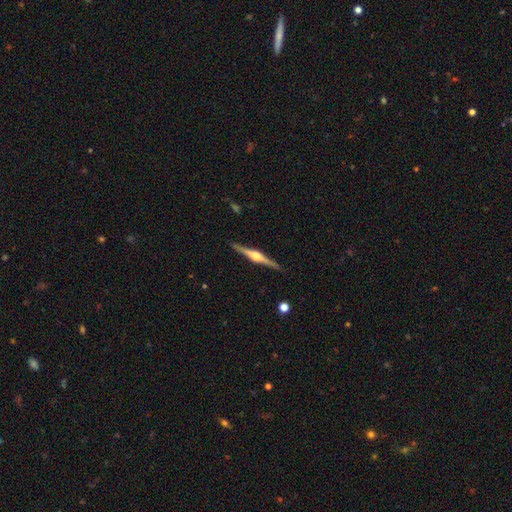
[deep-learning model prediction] Smooth or featured? featured or disk (84%)
Edge-on disk? yes (98%)
Edge-on bulge? rounded (91%)
Merging? none (91%)